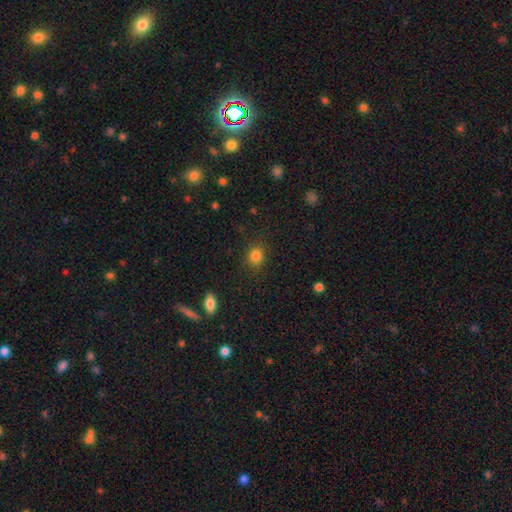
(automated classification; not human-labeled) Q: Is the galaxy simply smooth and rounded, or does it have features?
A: smooth — 84%.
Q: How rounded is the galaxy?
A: round — 69%.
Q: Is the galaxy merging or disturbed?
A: none — 85%.